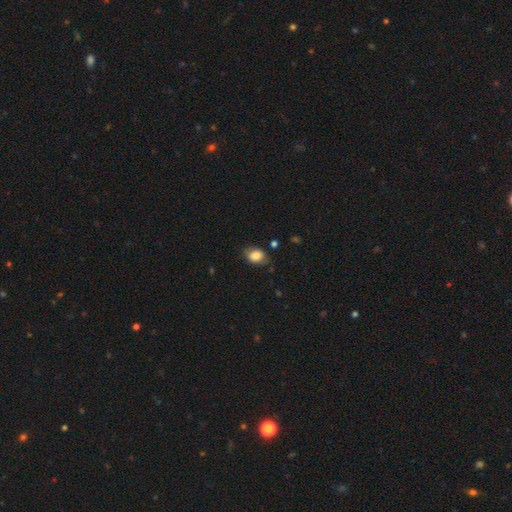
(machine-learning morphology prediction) Smooth or featured? Predicted: smooth (p=0.83). How rounded? Predicted: in between (p=0.74). Merging? Predicted: none (p=0.72).